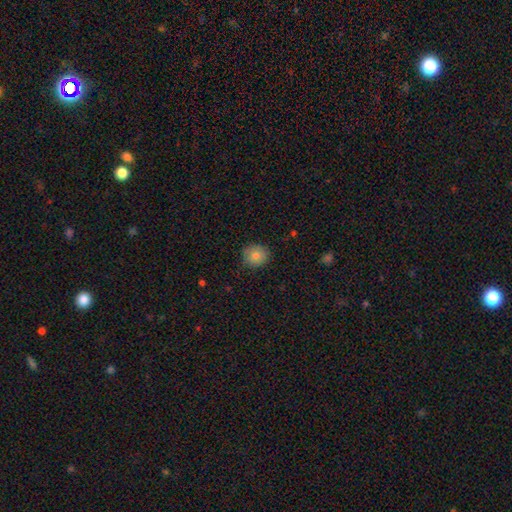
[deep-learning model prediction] smooth 79%, star or artifact 11%, featured or disk 10%. Down the decision tree: how rounded — round (85%); merging — none (85%).